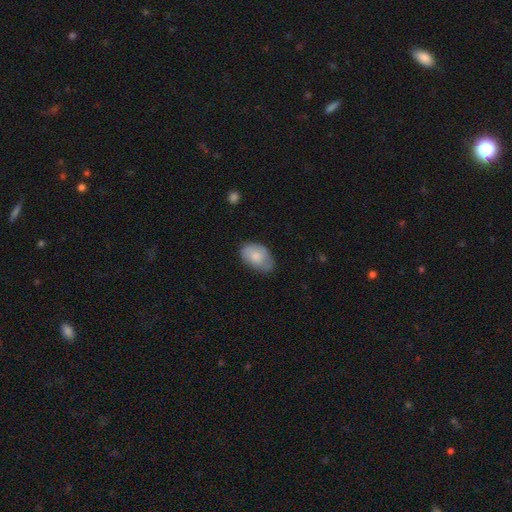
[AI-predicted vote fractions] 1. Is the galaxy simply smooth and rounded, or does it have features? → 77% smooth, 17% featured or disk, 6% star or artifact.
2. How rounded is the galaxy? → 90% in between, 9% round, 1% cigar-shaped.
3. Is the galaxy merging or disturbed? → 61% none, 31% minor disturbance, 6% major disturbance, 2% merger.